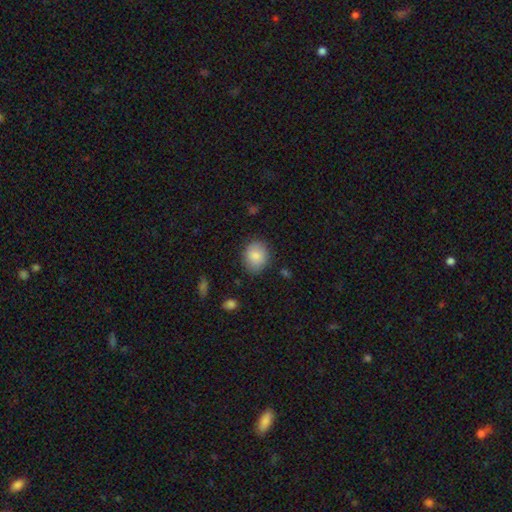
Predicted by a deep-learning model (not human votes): smooth_or_featured: smooth (p=0.86) [alt: star or artifact p=0.07]
how_rounded: round (p=0.58) [alt: in between p=0.41]
merging: none (p=0.82) [alt: minor disturbance p=0.13]